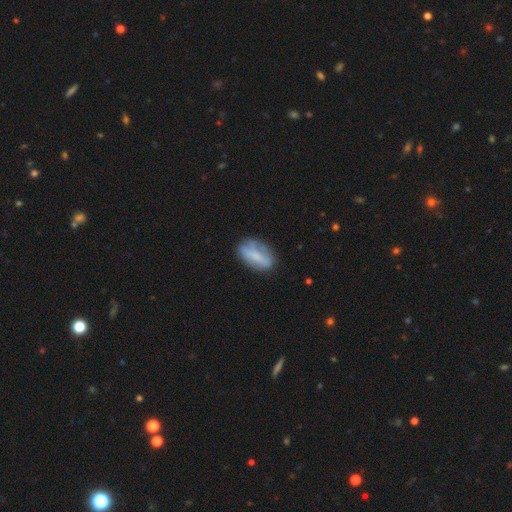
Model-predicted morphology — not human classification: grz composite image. It shows a smooth galaxy with no disk features (61%) that is in between round and cigar-shaped (85%). Merging: none (66%).